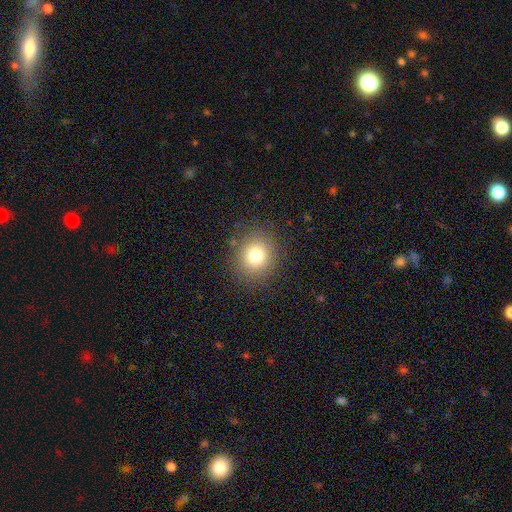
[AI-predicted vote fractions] Morphology: type=smooth (78%); roundness=round (81%); merging=none (87%).